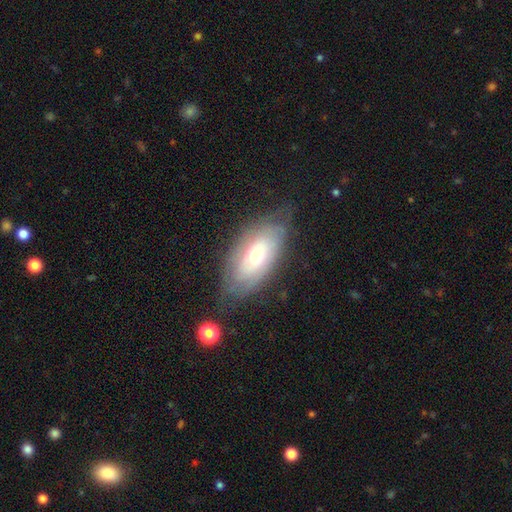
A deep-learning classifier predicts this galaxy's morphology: This appears to be a featured or disk galaxy (47%). Merging: none (64%).